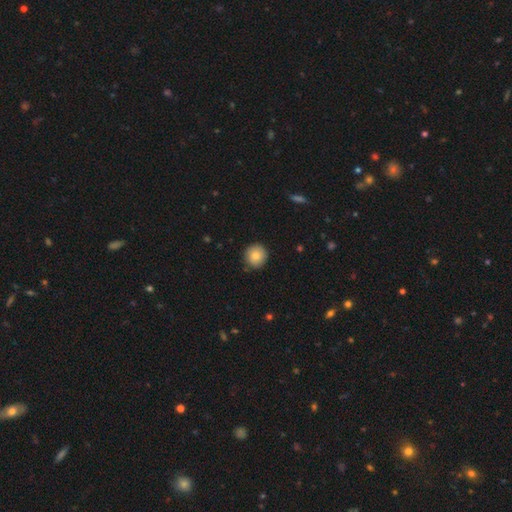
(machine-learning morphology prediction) This is clearly a smooth galaxy (83%). How rounded: clearly round (92%). Merging: clearly none (87%).